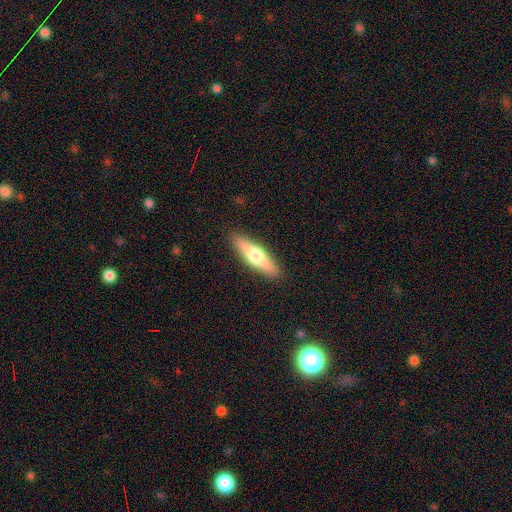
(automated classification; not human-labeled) Smooth or featured? Predicted: smooth (p=0.54). How rounded? Predicted: cigar-shaped (p=0.70). Merging? Predicted: none (p=0.90).